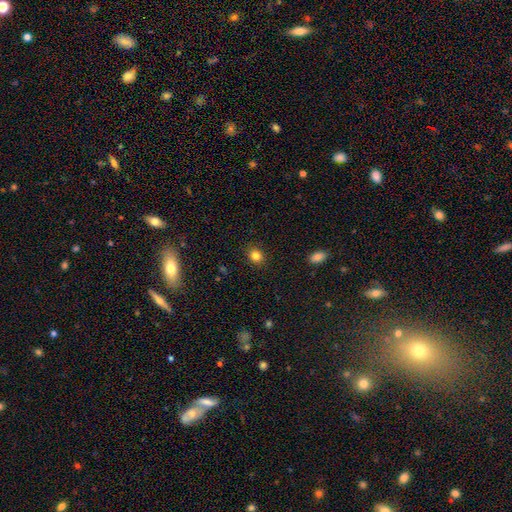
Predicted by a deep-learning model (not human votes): A smooth galaxy with no disk features (83%) that is round (69%). Merging: none (89%).